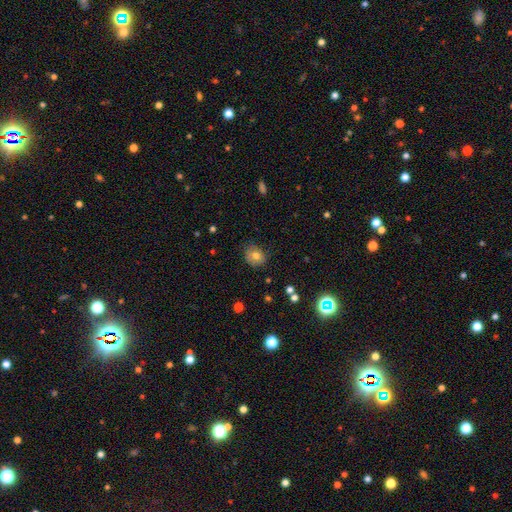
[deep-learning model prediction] A smooth galaxy with no disk features (72%) that is round (66%). Merging: none (73%).